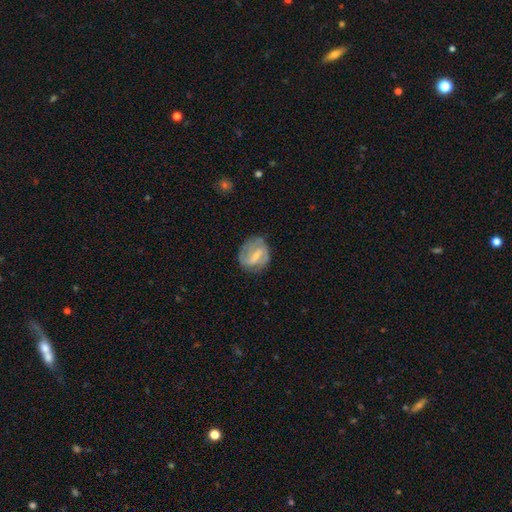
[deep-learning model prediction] Smooth or featured? Predicted: featured or disk (p=0.70). Edge-on disk? Predicted: no (p=0.97). Bar? Predicted: weak (p=0.46). Spiral arms? Predicted: yes (p=0.82). Spiral winding? Predicted: medium (p=0.44). Spiral arm count? Predicted: 2 (p=0.73). Bulge size? Predicted: small (p=0.54). Merging? Predicted: none (p=0.67).